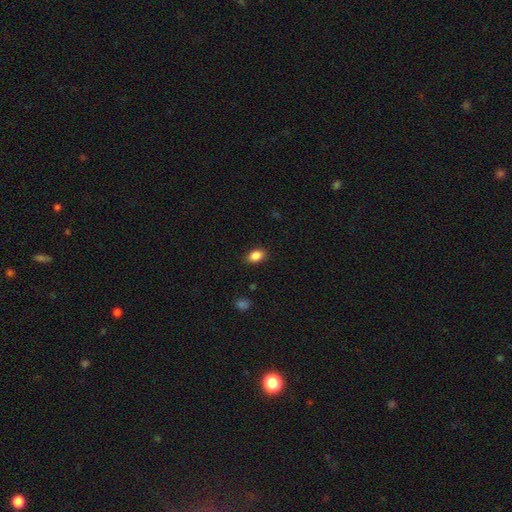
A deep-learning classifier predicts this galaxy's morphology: type=smooth (87%); roundness=in between (83%); merging=none (86%).